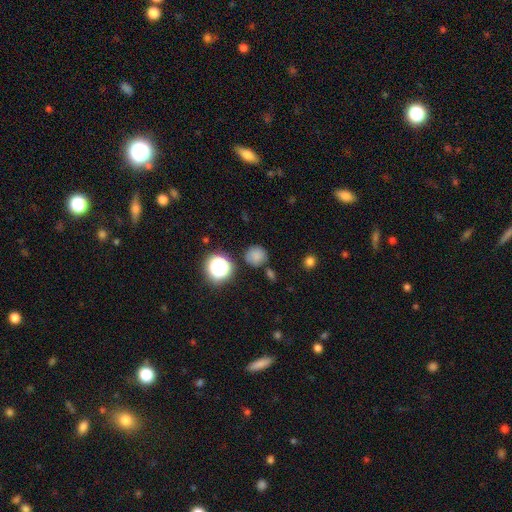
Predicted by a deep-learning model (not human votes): Smooth or featured: smooth — 76% (star or artifact — 16%)
How rounded: round — 91% (in between — 8%)
Merging: none — 75% (minor disturbance — 13%)